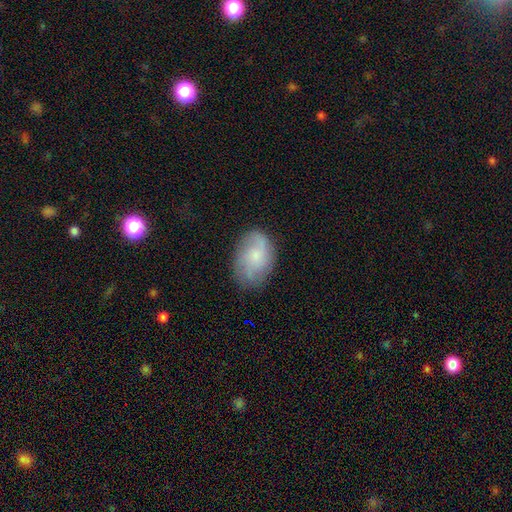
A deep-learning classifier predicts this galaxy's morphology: Smooth or featured?
  - smooth: 46% * (tied)
  - featured or disk: 46% * (tied)
  - star or artifact: 8%
Merging?
  - none: 71% *
  - minor disturbance: 21%
  - major disturbance: 7%
  - merger: 1%